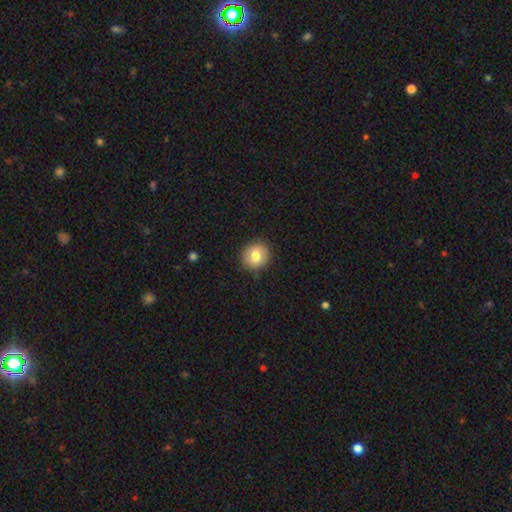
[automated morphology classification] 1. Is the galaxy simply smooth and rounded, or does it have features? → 80% smooth, 11% featured or disk, 9% star or artifact.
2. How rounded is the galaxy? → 86% round, 13% in between, 1% cigar-shaped.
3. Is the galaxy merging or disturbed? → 88% none, 9% minor disturbance, 2% major disturbance, 1% merger.